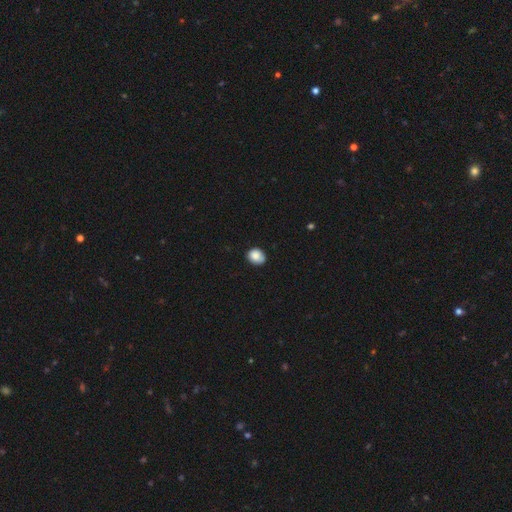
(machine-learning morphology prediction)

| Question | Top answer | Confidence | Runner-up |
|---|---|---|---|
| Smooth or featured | smooth | 85% | star or artifact (9%) |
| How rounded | round | 64% | in between (35%) |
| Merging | none | 77% | minor disturbance (19%) |